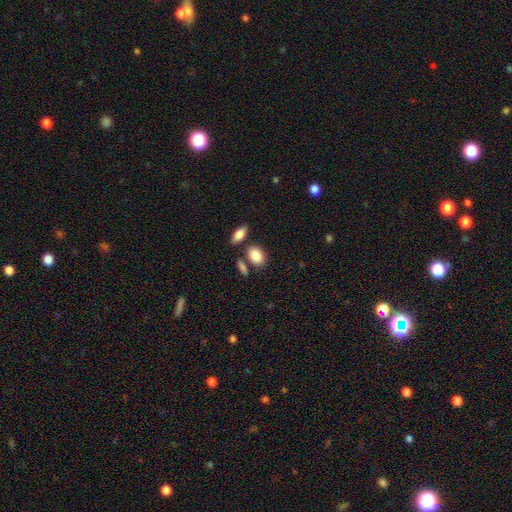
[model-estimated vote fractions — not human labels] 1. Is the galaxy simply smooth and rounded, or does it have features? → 86% smooth, 7% star or artifact, 6% featured or disk.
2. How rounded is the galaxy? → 78% in between, 20% round, 2% cigar-shaped.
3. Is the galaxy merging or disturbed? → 67% none, 16% merger, 13% minor disturbance, 4% major disturbance.